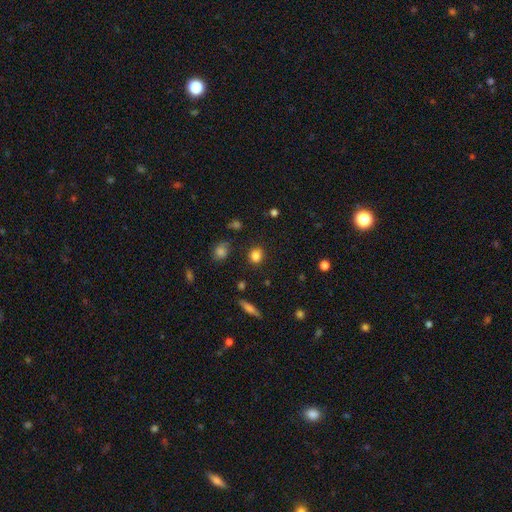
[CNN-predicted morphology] Smooth or featured?
  - smooth: 82% *
  - star or artifact: 12%
  - featured or disk: 5%
How rounded?
  - round: 81% *
  - in between: 17%
  - cigar-shaped: 2%
Merging?
  - none: 85% *
  - minor disturbance: 9%
  - major disturbance: 3%
  - merger: 3%